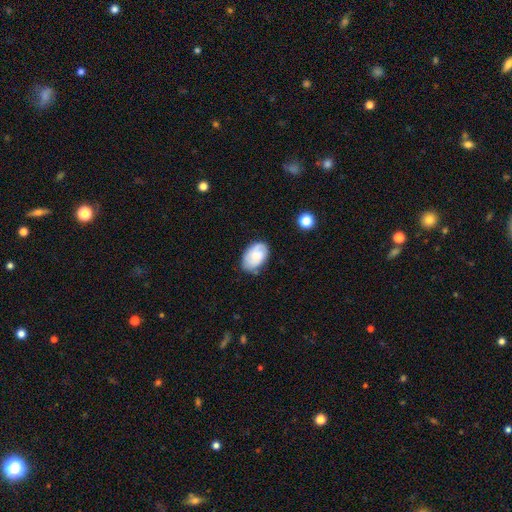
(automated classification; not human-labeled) Smooth or featured? smooth (61%)
How rounded? in between (89%)
Merging? none (73%)